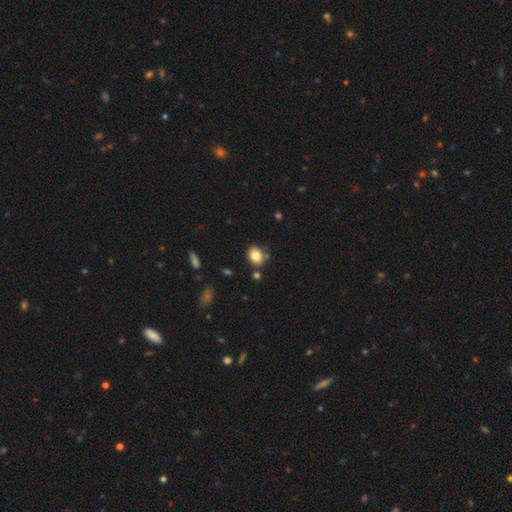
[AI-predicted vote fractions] Smooth or featured? Predicted: smooth (p=0.82). How rounded? Predicted: round (p=0.51). Merging? Predicted: none (p=0.76).